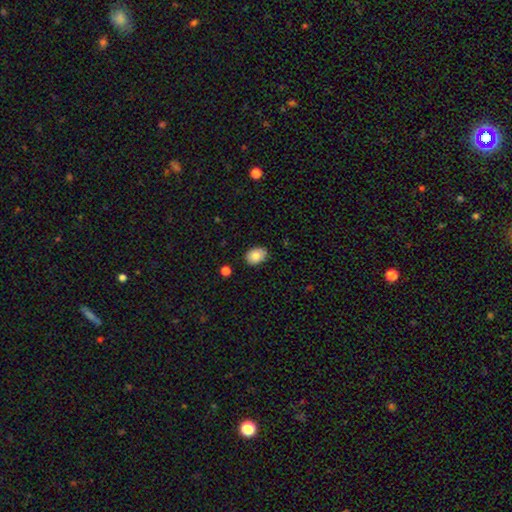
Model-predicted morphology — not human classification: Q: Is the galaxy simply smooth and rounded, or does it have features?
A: smooth — 82%.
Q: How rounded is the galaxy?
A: in between — 74%.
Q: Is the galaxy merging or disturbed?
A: none — 85%.